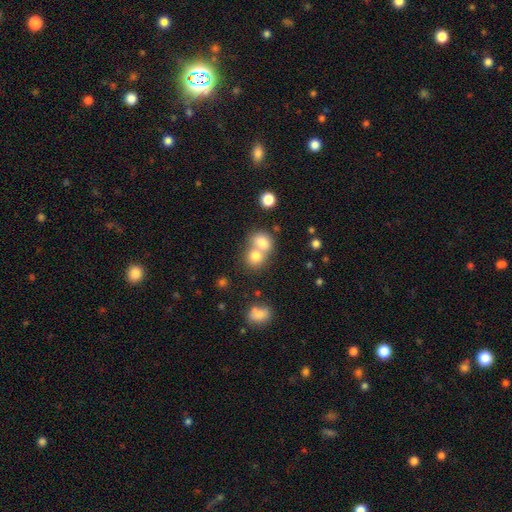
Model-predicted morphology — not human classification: smooth-or-featured: smooth: 76% | featured or disk: 13% | star or artifact: 10%
  how-rounded: round: 68% | in between: 31% | cigar-shaped: 1%
  merging: merger: 62% | none: 30% | minor disturbance: 6% | major disturbance: 3%